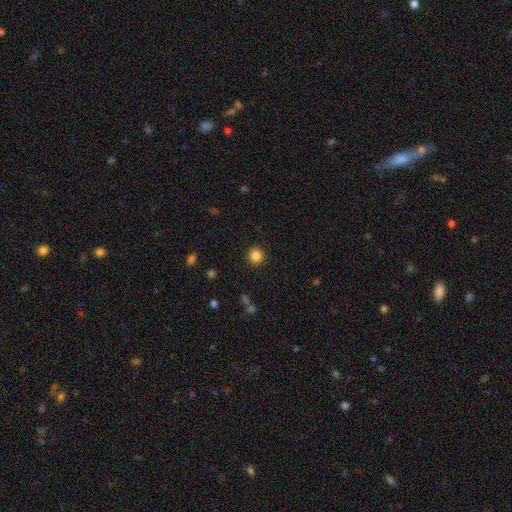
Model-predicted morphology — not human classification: Q: Smooth or featured?
A: smooth (85%); runner-up: star or artifact (11%)
Q: How rounded?
A: round (93%); runner-up: in between (6%)
Q: Merging?
A: none (91%); runner-up: minor disturbance (6%)